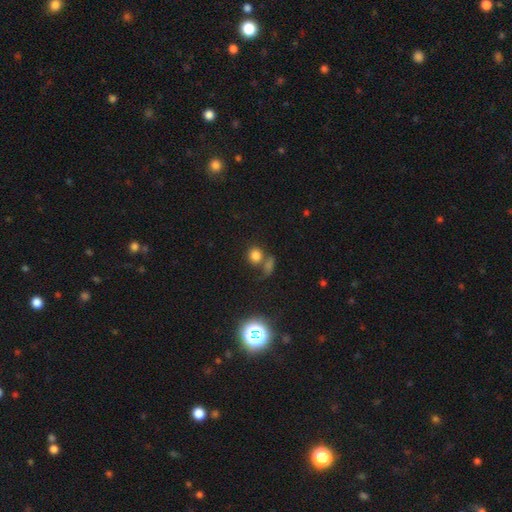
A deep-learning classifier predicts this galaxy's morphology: smooth 77%, star or artifact 16%, featured or disk 7%. Down the decision tree: how rounded — round (78%); merging — none (54%).